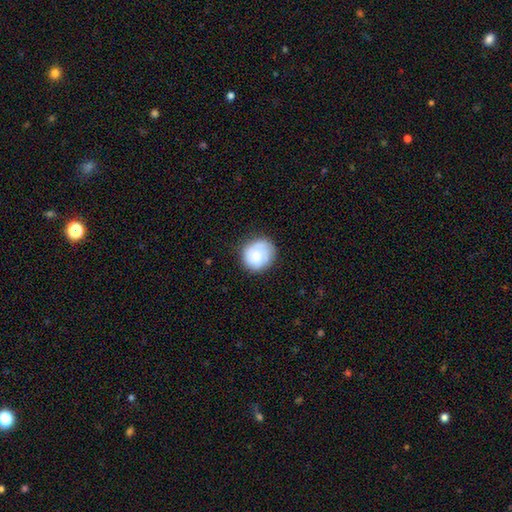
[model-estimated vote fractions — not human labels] Morphology: type=smooth (68%); roundness=round (79%); merging=none (68%).